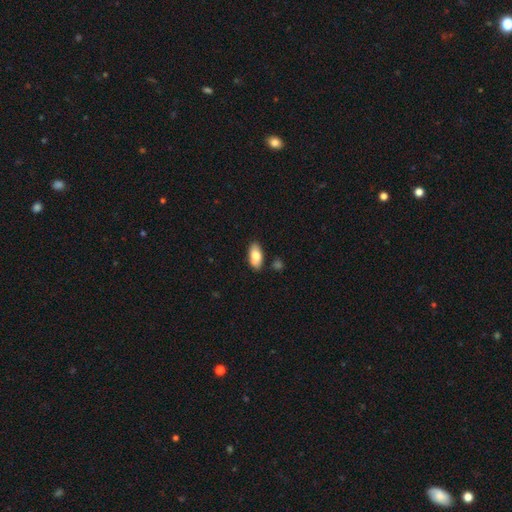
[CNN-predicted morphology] Smooth or featured?
  - smooth: 79% *
  - featured or disk: 15%
  - star or artifact: 6%
How rounded?
  - in between: 92% *
  - cigar-shaped: 6%
  - round: 3%
Merging?
  - none: 85% *
  - minor disturbance: 10%
  - merger: 3%
  - major disturbance: 2%